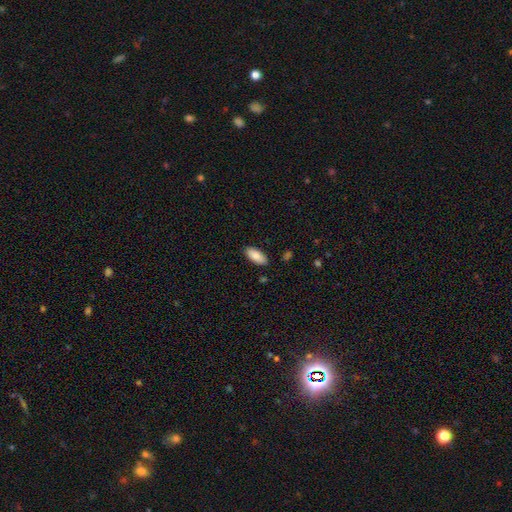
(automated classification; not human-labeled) smooth-or-featured: smooth: 87% | featured or disk: 7% | star or artifact: 6%
  how-rounded: in between: 89% | cigar-shaped: 10% | round: 2%
  merging: none: 87% | minor disturbance: 9% | major disturbance: 2% | merger: 1%